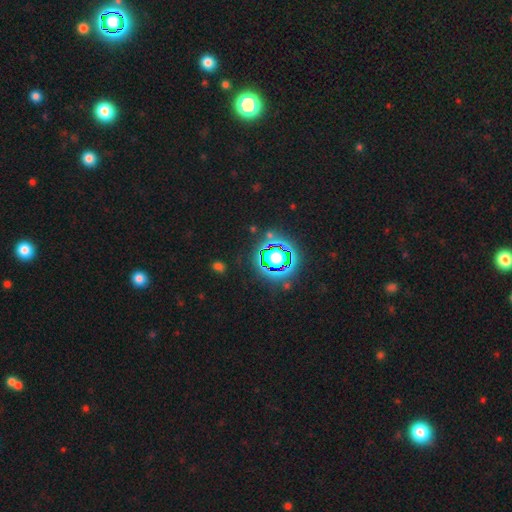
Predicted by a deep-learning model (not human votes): smooth_or_featured: star or artifact (p=0.80) [alt: smooth p=0.13]